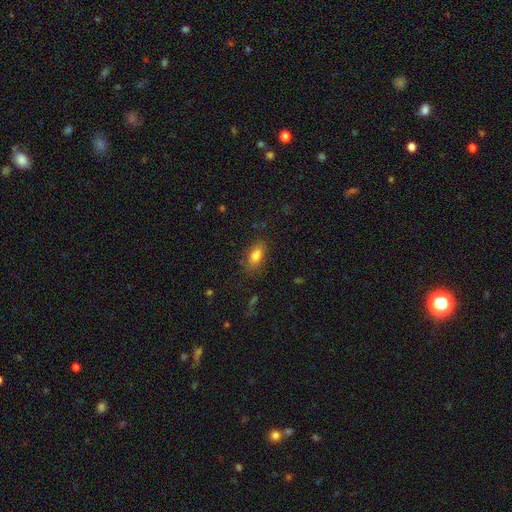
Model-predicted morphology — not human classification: Smooth or featured: smooth — 80% (featured or disk — 10%)
How rounded: in between — 84% (cigar-shaped — 10%)
Merging: none — 79% (minor disturbance — 14%)